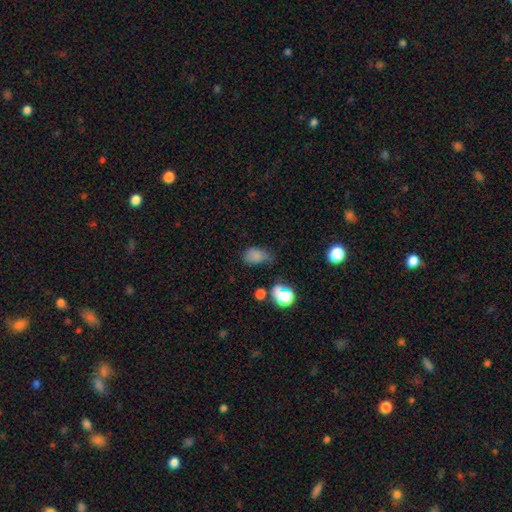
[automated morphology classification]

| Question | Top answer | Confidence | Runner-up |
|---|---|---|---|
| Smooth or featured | smooth | 73% | star or artifact (18%) |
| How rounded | in between | 80% | round (18%) |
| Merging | none | 42% | minor disturbance (35%) |